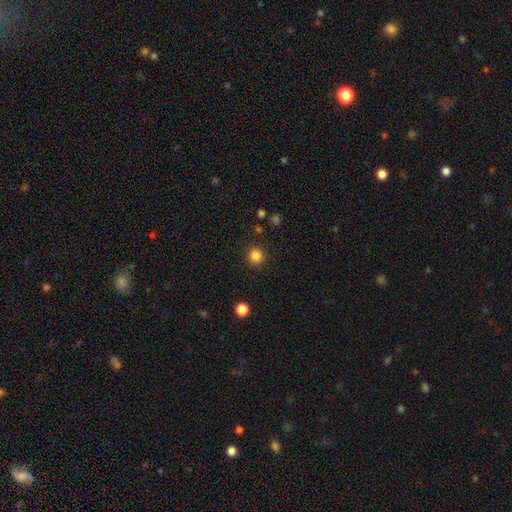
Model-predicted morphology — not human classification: Overall: smooth (84%). How rounded: round (95%). Merging: none (92%).